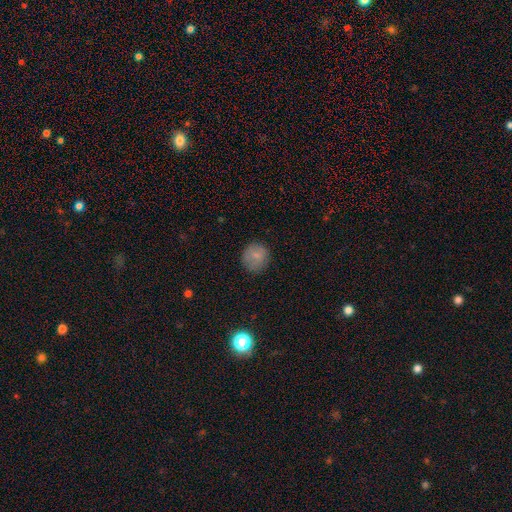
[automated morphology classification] Smooth or featured? smooth (80%)
How rounded? round (89%)
Merging? none (83%)